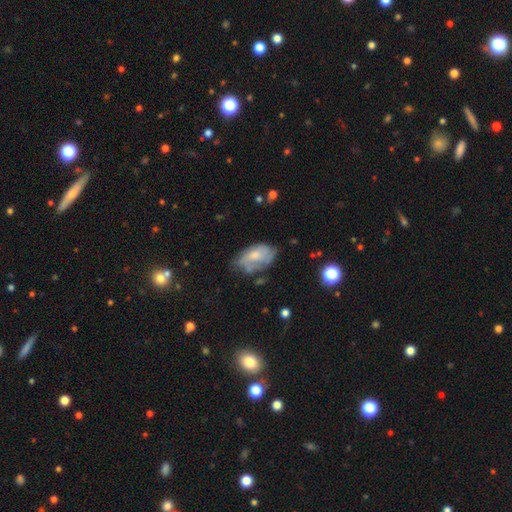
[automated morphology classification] Smooth or featured: smooth — 51% (featured or disk — 40%)
How rounded: in between — 91% (round — 7%)
Merging: none — 45% (minor disturbance — 35%)